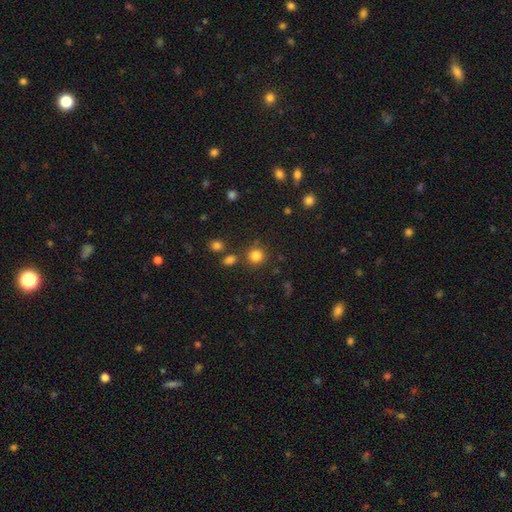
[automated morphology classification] This is clearly a smooth galaxy (83%). How rounded: clearly round (91%). Merging: clearly none (82%).